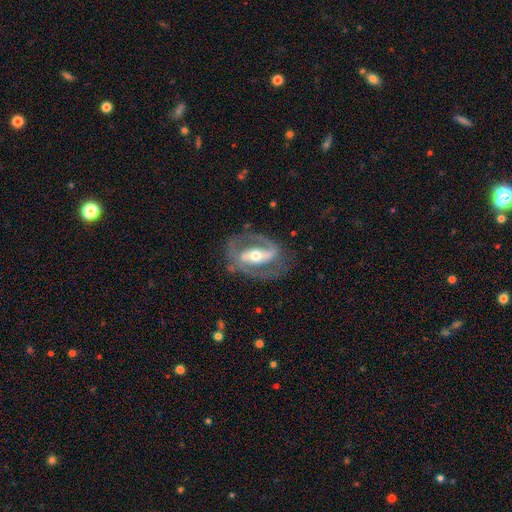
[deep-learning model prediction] Smooth or featured?
  - featured or disk: 87% *
  - smooth: 8%
  - star or artifact: 4%
Edge-on disk?
  - no: 94% *
  - yes: 6%
Bar?
  - strong: 58% *
  - weak: 26%
  - no: 16%
Spiral arms?
  - yes: 88% *
  - no: 12%
Spiral winding?
  - medium: 52% *
  - tight: 28%
  - loose: 20%
Spiral arm count?
  - 2: 87% *
  - 1: 5%
  - can't tell: 5%
  - 3: 1%
  - 4: 1%
  - more than 4: 1%
Bulge size?
  - moderate: 66% *
  - small: 24%
  - large: 9%
  - dominant: 1%
  - none: 1%
Merging?
  - none: 72% *
  - minor disturbance: 16%
  - major disturbance: 10%
  - merger: 2%